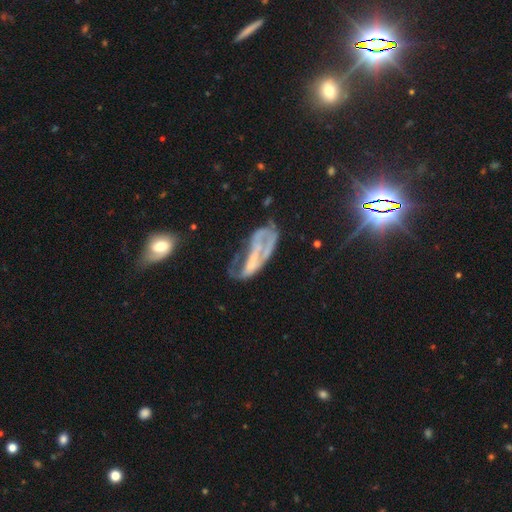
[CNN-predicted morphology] smooth_or_featured: featured or disk (p=0.59) [alt: smooth p=0.23]
disk_edge_on: no (p=0.84) [alt: yes p=0.16]
merging: major disturbance (p=0.44) [alt: none p=0.25]